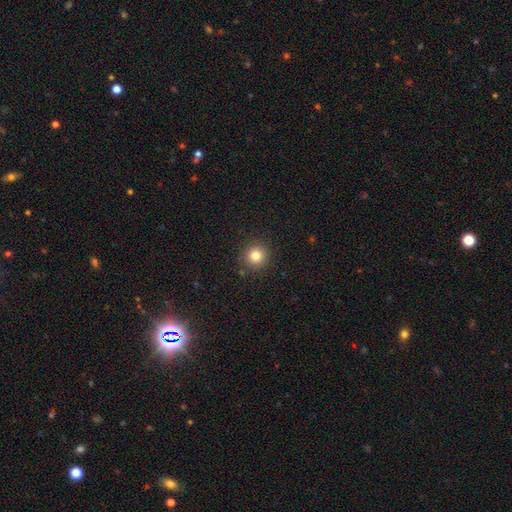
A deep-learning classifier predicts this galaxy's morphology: This appears to be a smooth galaxy with no disk features (82%) that is round (94%). Merging: none (90%).